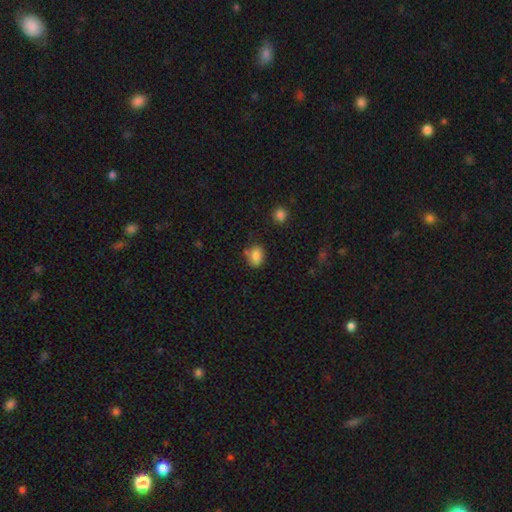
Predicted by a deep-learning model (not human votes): Smooth or featured?
  - smooth: 85% *
  - star or artifact: 10%
  - featured or disk: 6%
How rounded?
  - in between: 67% *
  - round: 31%
  - cigar-shaped: 1%
Merging?
  - none: 69% *
  - minor disturbance: 18%
  - merger: 8%
  - major disturbance: 4%